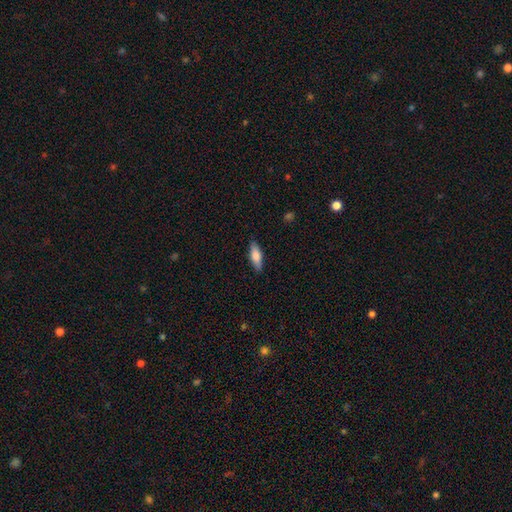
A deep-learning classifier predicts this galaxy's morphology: Q: Smooth or featured?
A: smooth (71%); runner-up: featured or disk (23%)
Q: How rounded?
A: in between (58%); runner-up: cigar-shaped (40%)
Q: Merging?
A: none (88%); runner-up: minor disturbance (9%)